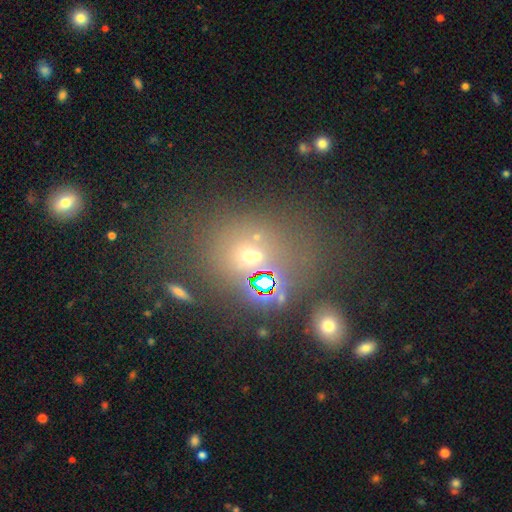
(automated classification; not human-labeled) smooth-or-featured: smooth: 46% | star or artifact: 40% | featured or disk: 14%
  merging: none: 58% | merger: 19% | minor disturbance: 13% | major disturbance: 10%